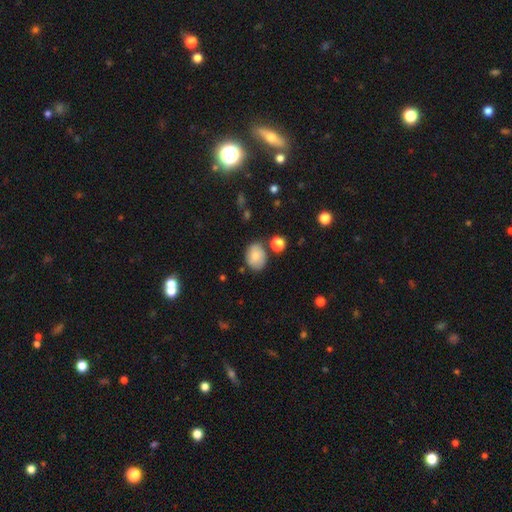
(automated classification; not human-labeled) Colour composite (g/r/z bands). It shows a smooth galaxy with no disk features (74%) that is in between round and cigar-shaped (69%). Merging: none (71%).